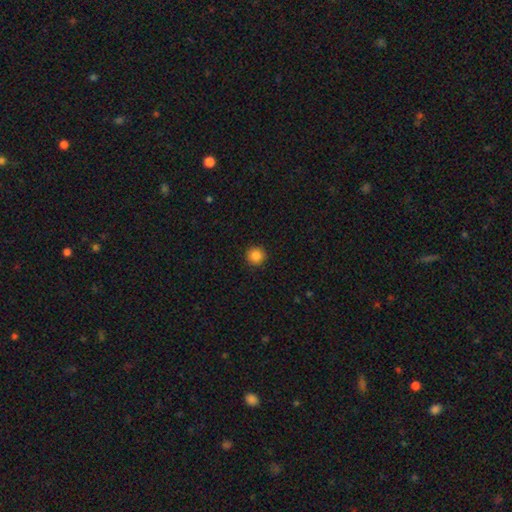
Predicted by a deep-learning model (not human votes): smooth_or_featured: smooth (p=0.85) [alt: star or artifact p=0.11]
how_rounded: round (p=0.95) [alt: in between p=0.04]
merging: none (p=0.93) [alt: minor disturbance p=0.05]